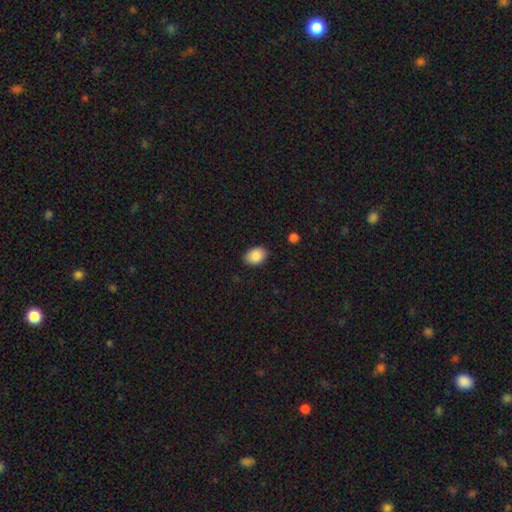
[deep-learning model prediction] smooth 88%, star or artifact 8%, featured or disk 4%. Down the decision tree: how rounded — in between (72%); merging — none (86%).